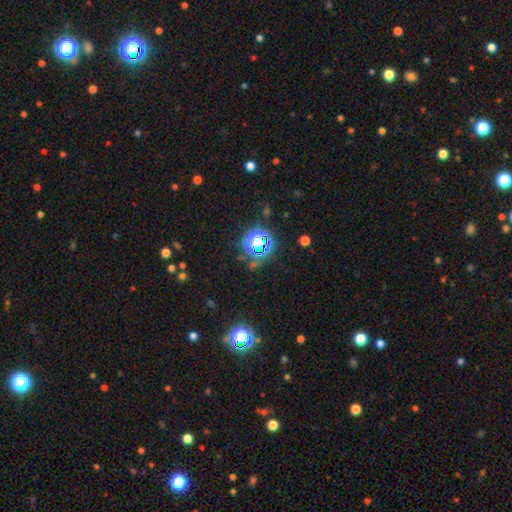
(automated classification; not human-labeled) The model was most divided on "smooth or featured": star or artifact: 79%, smooth: 14%, featured or disk: 7%.